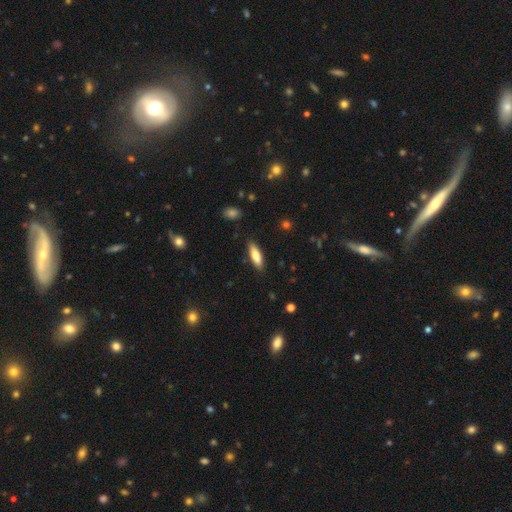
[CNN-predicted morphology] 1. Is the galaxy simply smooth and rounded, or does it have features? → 75% smooth, 19% featured or disk, 6% star or artifact.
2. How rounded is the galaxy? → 49% in between (tied), 49% cigar-shaped (tied), 2% round.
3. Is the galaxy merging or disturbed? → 86% none, 11% minor disturbance, 2% major disturbance, 1% merger.